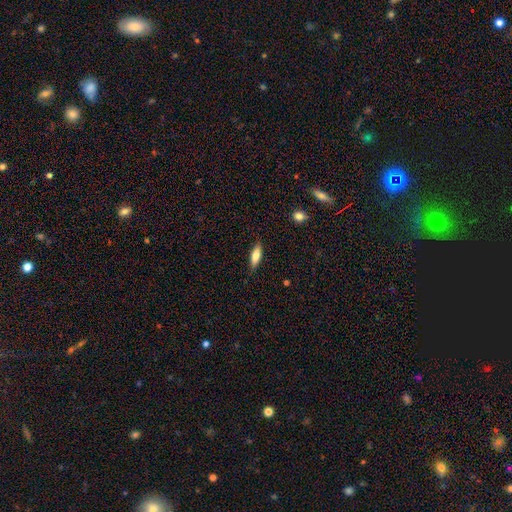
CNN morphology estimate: This is likely a smooth galaxy (73%). How rounded: possibly cigar-shaped (49%, tied with in between). Merging: clearly none (87%).